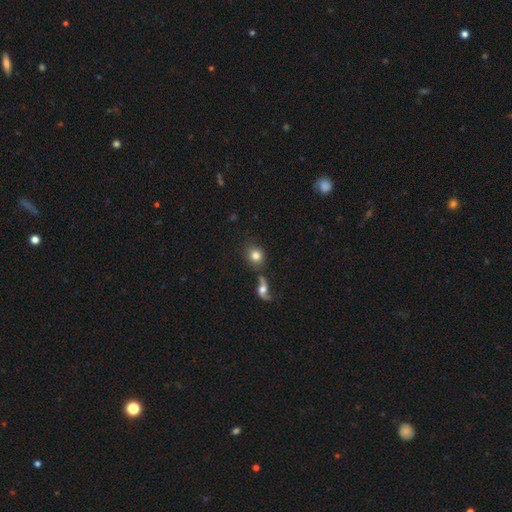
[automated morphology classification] This appears to be a smooth galaxy with no disk features (80%) that is round (69%). Merging: none (59%).